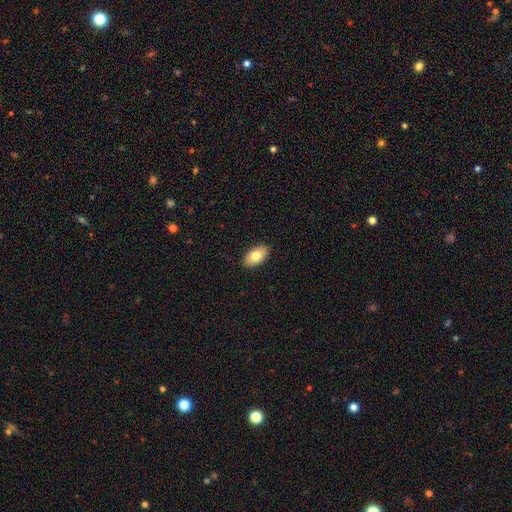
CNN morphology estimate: This appears to be a smooth galaxy with no disk features (78%) that is in between round and cigar-shaped (94%). Merging: none (90%).